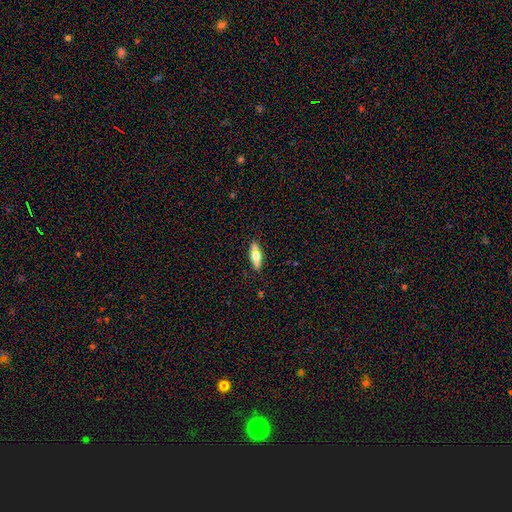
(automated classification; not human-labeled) Overall: featured or disk (48%; smooth 46%). Merging: none (86%).